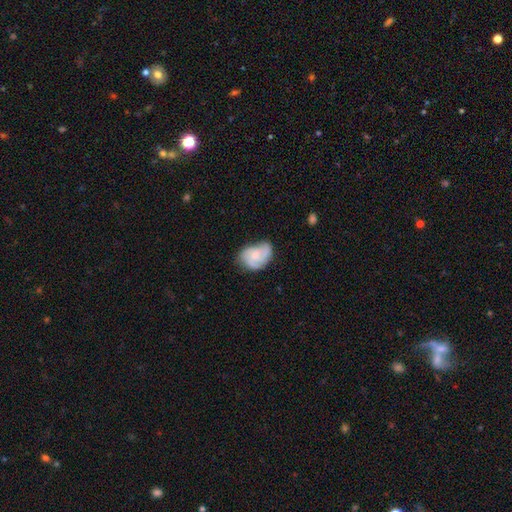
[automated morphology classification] featured or disk 61%, smooth 32%, star or artifact 6%. Down the decision tree: edge-on disk — no (98%); bar — no (71%); spiral arms — yes (88%); spiral arm count — 3 (44%); spiral winding — medium (44%); bulge size — small (46%); merging — none (51%).